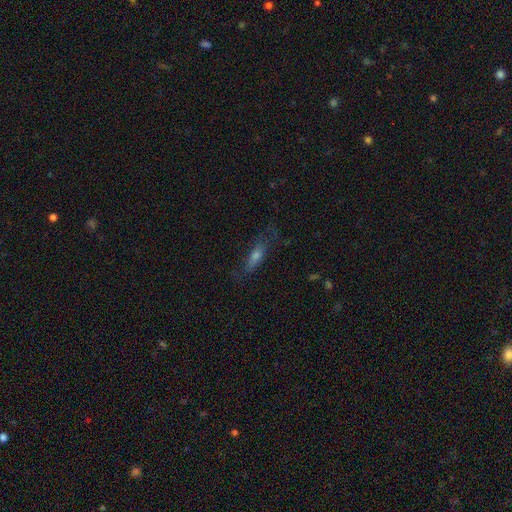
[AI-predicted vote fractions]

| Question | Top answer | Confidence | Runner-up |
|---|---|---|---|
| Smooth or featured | smooth | 50% | featured or disk (36%) |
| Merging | none | 65% | minor disturbance (21%) |